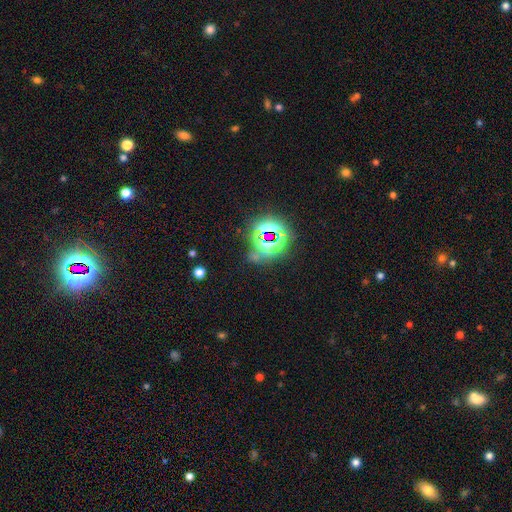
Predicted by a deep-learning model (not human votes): Morphology: type=star or artifact (76%).